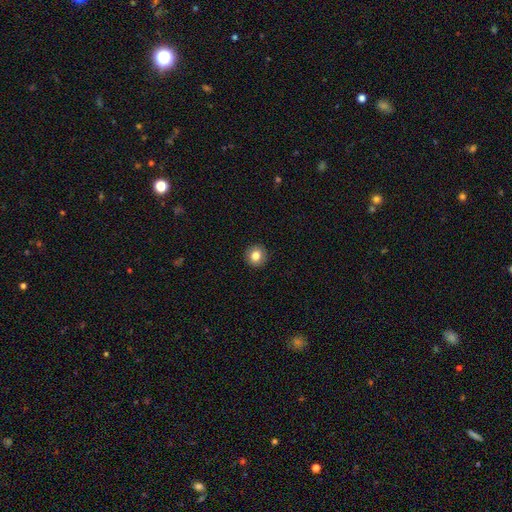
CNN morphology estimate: Smooth or featured?
  - smooth: 83% *
  - star or artifact: 10%
  - featured or disk: 7%
How rounded?
  - round: 90% *
  - in between: 9%
  - cigar-shaped: 1%
Merging?
  - none: 92% *
  - minor disturbance: 6%
  - major disturbance: 2%
  - merger: 1%